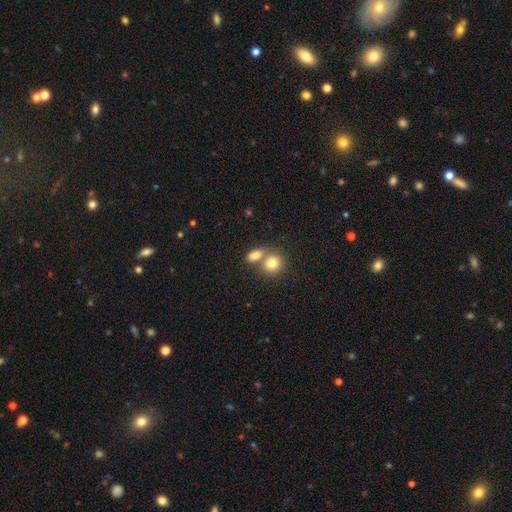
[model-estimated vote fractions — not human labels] Overall: smooth (80%). How rounded: in between (55%; round 43%). Merging: merger (52%; none 38%).